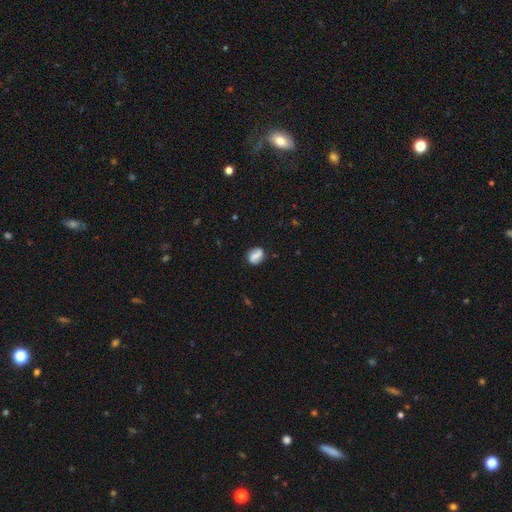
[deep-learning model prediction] smooth 55%, featured or disk 36%, star or artifact 9%. Down the decision tree: how rounded — in between (51%); merging — none (78%).